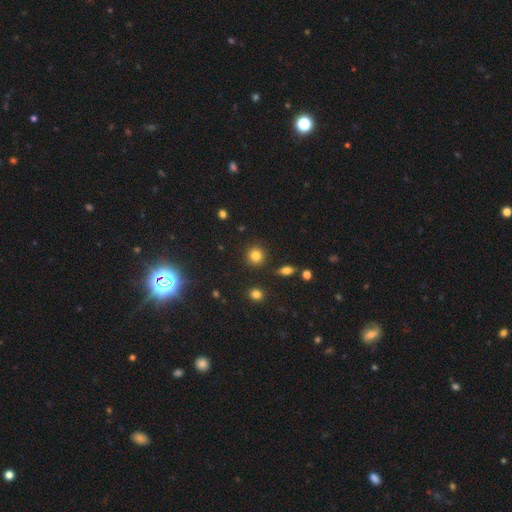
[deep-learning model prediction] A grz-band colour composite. It shows a smooth galaxy with no disk features (81%) that is round (91%). Merging: none (88%).